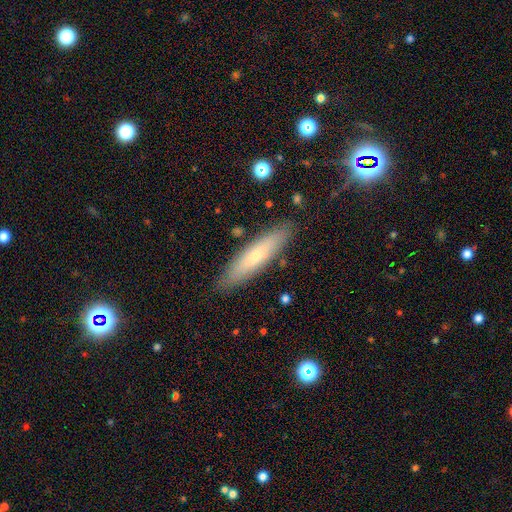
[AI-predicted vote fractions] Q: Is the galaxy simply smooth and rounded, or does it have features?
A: smooth — 57%.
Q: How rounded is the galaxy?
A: cigar-shaped — 77%.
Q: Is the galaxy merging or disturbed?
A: none — 87%.